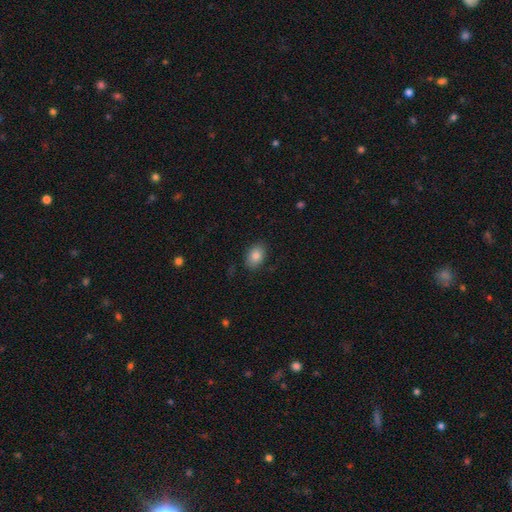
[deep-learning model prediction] Overall: smooth (85%). How rounded: in between (83%). Merging: none (85%).